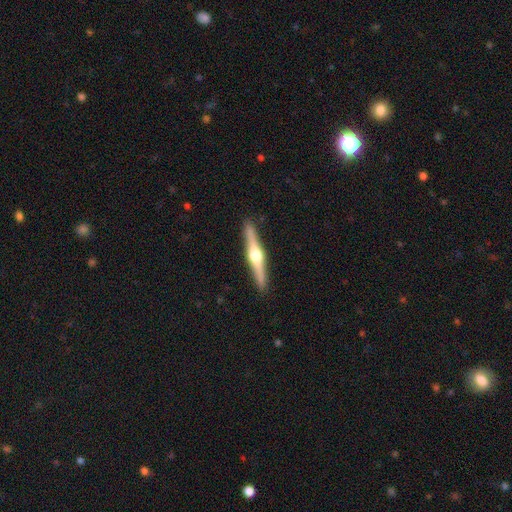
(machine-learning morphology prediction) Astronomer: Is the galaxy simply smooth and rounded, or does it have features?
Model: featured or disk — 78%.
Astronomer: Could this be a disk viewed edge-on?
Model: yes — 98%.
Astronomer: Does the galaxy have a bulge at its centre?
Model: rounded — 95%.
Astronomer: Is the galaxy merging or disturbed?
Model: none — 92%.